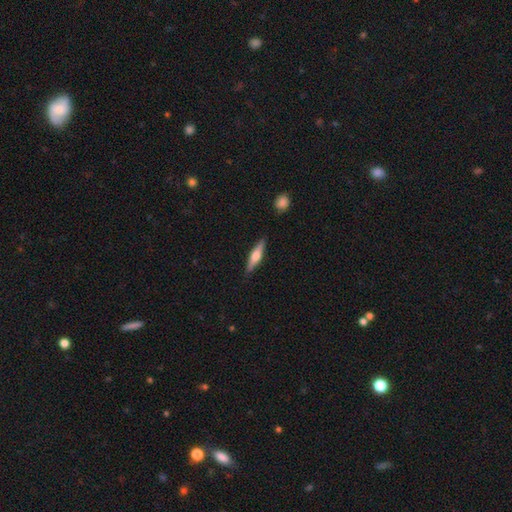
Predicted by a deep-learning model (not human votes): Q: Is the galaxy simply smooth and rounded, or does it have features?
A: featured or disk — 49%.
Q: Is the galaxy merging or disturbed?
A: none — 87%.